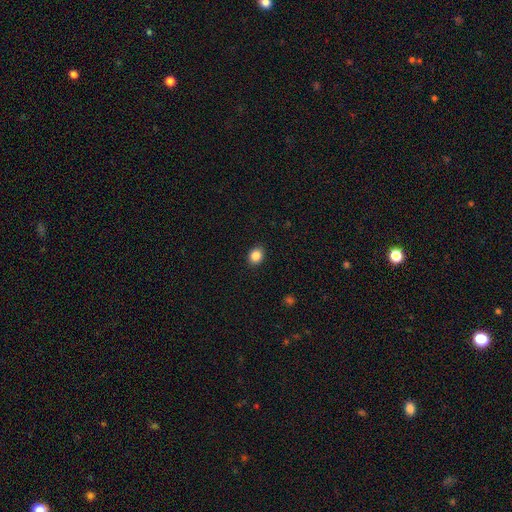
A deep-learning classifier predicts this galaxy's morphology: Smooth or featured? Predicted: smooth (p=0.87). How rounded? Predicted: round (p=0.55). Merging? Predicted: none (p=0.90).